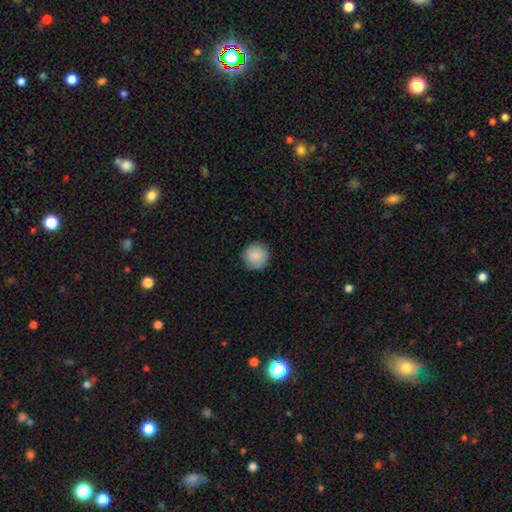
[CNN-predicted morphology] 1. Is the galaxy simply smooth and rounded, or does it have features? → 87% smooth, 7% star or artifact, 6% featured or disk.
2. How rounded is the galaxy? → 95% round, 4% in between, 1% cigar-shaped.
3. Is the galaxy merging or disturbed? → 89% none, 8% minor disturbance, 2% major disturbance, 1% merger.